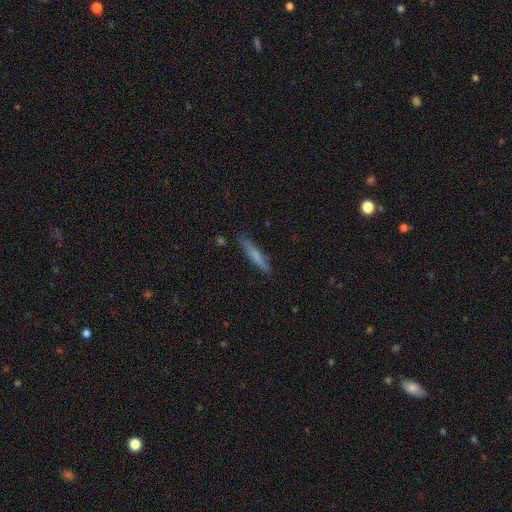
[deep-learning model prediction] Smooth or featured? Predicted: smooth (p=0.69). How rounded? Predicted: cigar-shaped (p=0.92). Merging? Predicted: none (p=0.84).